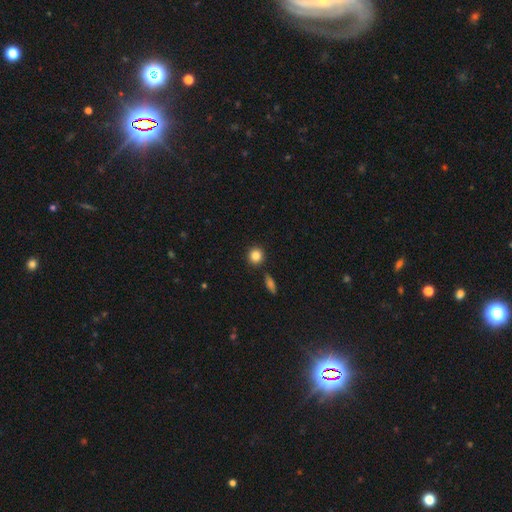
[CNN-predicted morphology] The model was most divided on "smooth or featured": smooth: 85%, star or artifact: 10%, featured or disk: 5%. More confident: how rounded — round (90%); merging — none (87%).